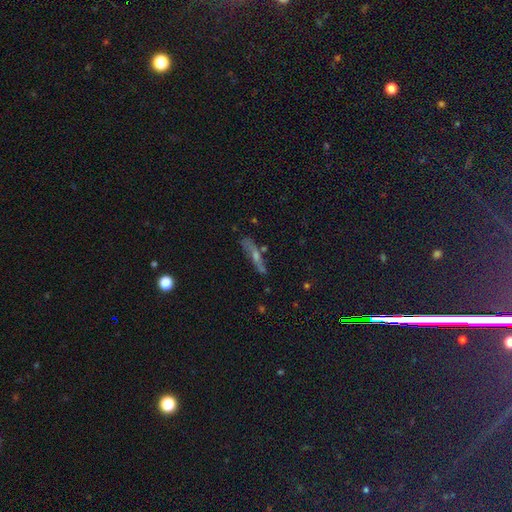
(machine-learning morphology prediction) This appears to be a featured or disk galaxy (47%). Merging: none (64%).